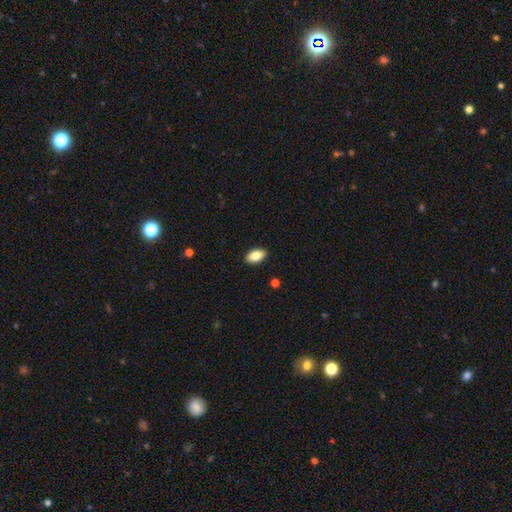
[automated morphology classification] smooth 84%, featured or disk 9%, star or artifact 7%. Down the decision tree: how rounded — in between (93%); merging — none (90%).